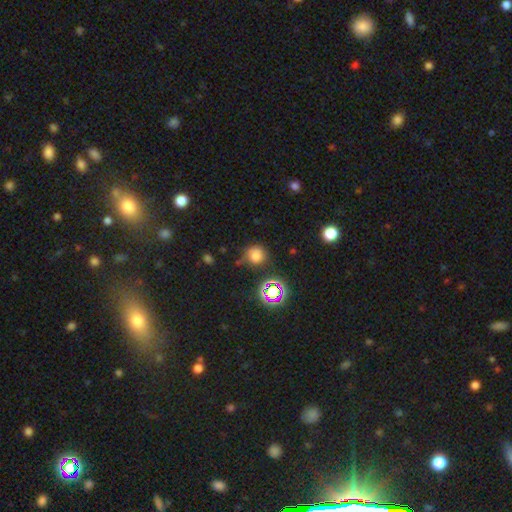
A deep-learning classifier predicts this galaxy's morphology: This appears to be a smooth galaxy with no disk features (71%) that is round (88%). Merging: none (71%).